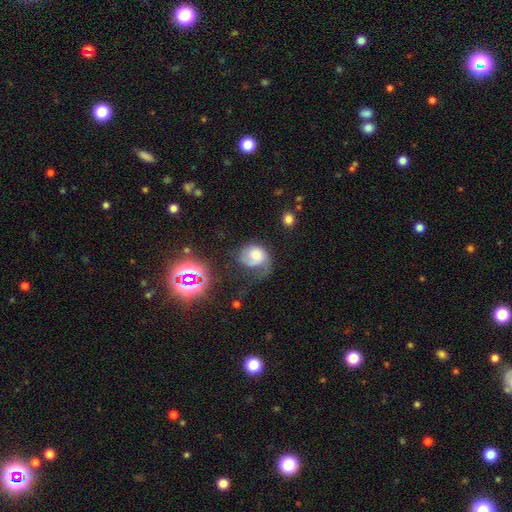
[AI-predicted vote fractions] Smooth or featured: smooth — 44% (tied with featured or disk — 44%)
Merging: major disturbance — 43% (none — 27%)